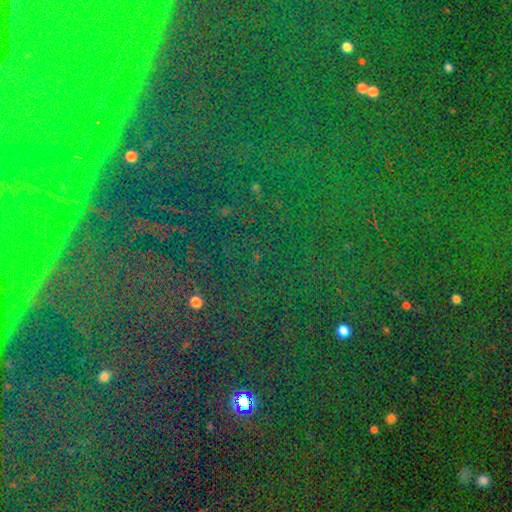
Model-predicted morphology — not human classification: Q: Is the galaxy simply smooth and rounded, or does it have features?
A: star or artifact — 80%.